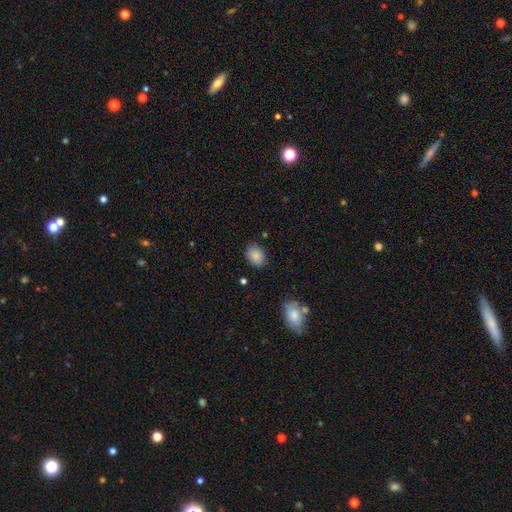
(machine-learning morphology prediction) The model was most divided on "how rounded": in between: 69%, round: 30%, cigar-shaped: 1%. More confident: smooth or featured — smooth (86%); merging — none (81%).